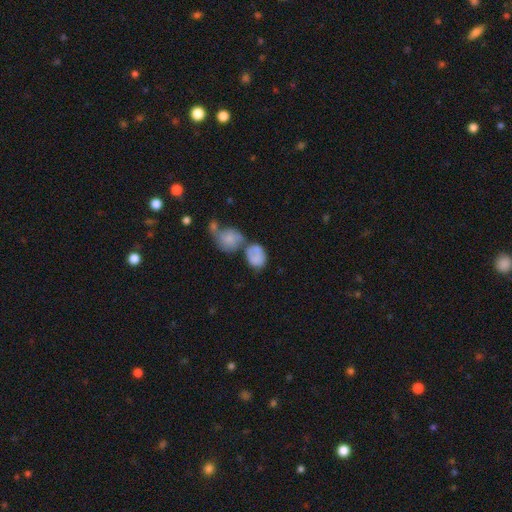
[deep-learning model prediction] Morphology: type=smooth (72%); roundness=in between (60%); merging=merger (40%).